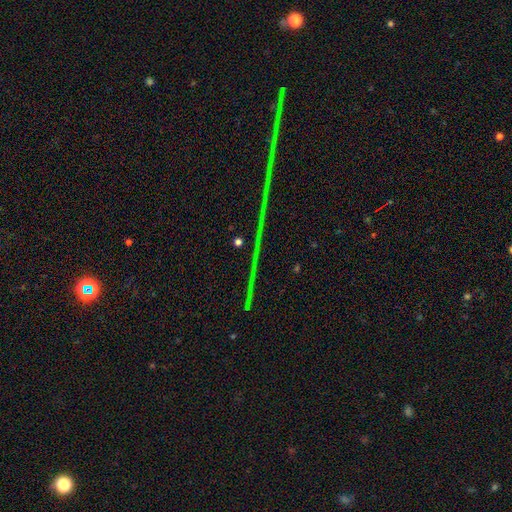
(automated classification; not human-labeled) The model was most divided on "smooth or featured": star or artifact: 81%, featured or disk: 13%, smooth: 6%.